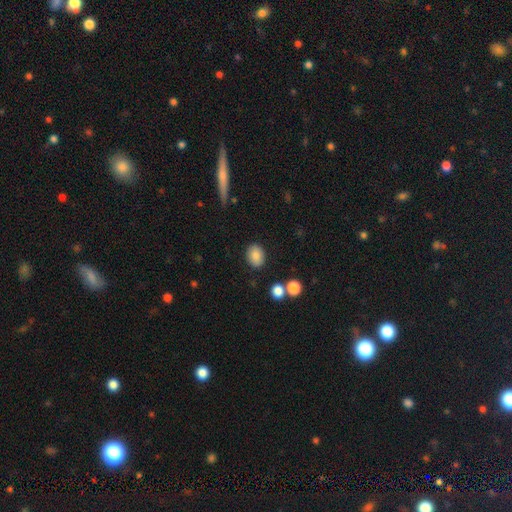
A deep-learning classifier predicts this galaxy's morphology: This appears to be a smooth galaxy with no disk features (85%) that is in between round and cigar-shaped (65%). Merging: none (86%).